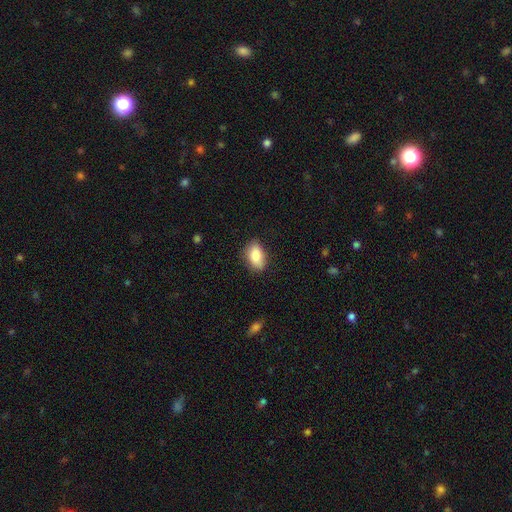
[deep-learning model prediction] Overall: smooth (86%). How rounded: in between (90%). Merging: none (78%).